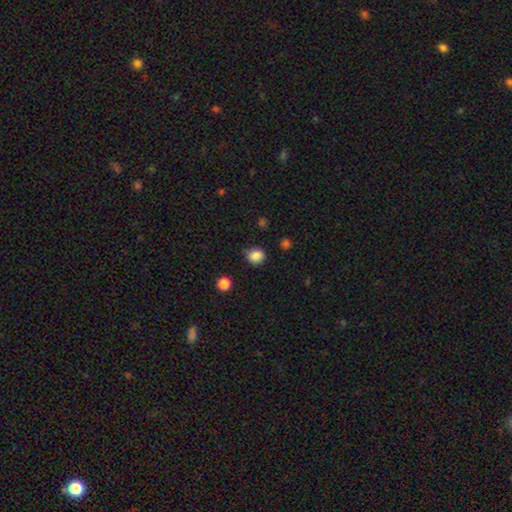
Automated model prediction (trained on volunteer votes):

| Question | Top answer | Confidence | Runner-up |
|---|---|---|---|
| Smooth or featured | smooth | 86% | star or artifact (11%) |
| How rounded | round | 75% | in between (25%) |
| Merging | none | 79% | minor disturbance (16%) |